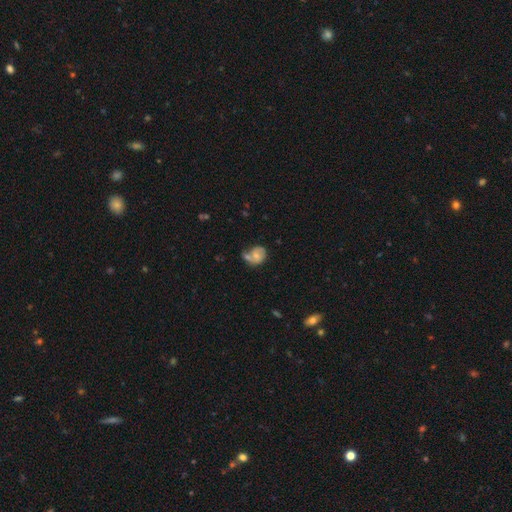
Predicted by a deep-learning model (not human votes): featured or disk 53%, smooth 38%, star or artifact 9%. Down the decision tree: edge-on disk — no (97%); bar — no (65%); spiral arms — yes (76%); bulge size — small (46%); merging — none (39%).